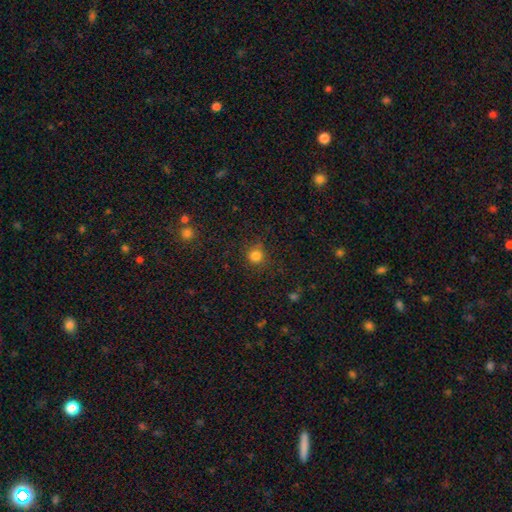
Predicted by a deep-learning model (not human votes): Smooth or featured: smooth — 81% (star or artifact — 14%)
How rounded: round — 92% (in between — 7%)
Merging: none — 83% (minor disturbance — 11%)